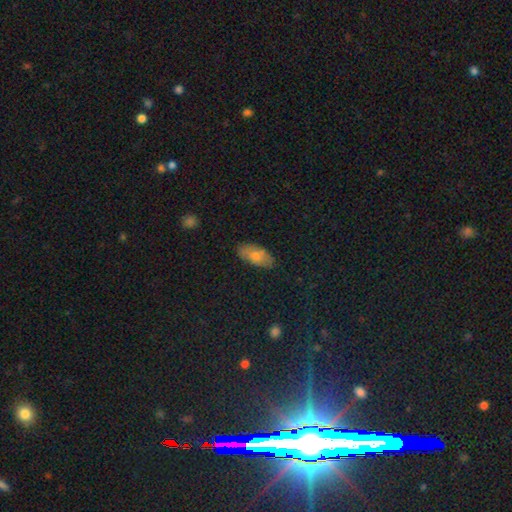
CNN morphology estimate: type=smooth (70%); roundness=in between (89%); merging=none (83%).